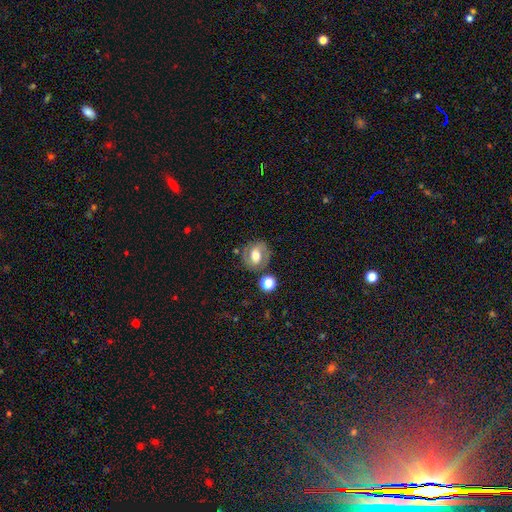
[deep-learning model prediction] Morphology: type=featured or disk (53%); edge-on=no (96%); bar=weak (39%); spiral arms=yes (68%); bulge=moderate (59%); merging=none (73%).